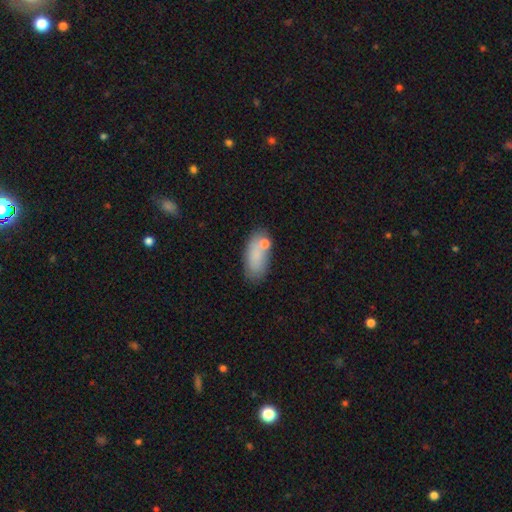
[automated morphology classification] Q: Smooth or featured?
A: smooth (80%); runner-up: featured or disk (13%)
Q: How rounded?
A: in between (88%); runner-up: cigar-shaped (8%)
Q: Merging?
A: none (64%); runner-up: minor disturbance (18%)